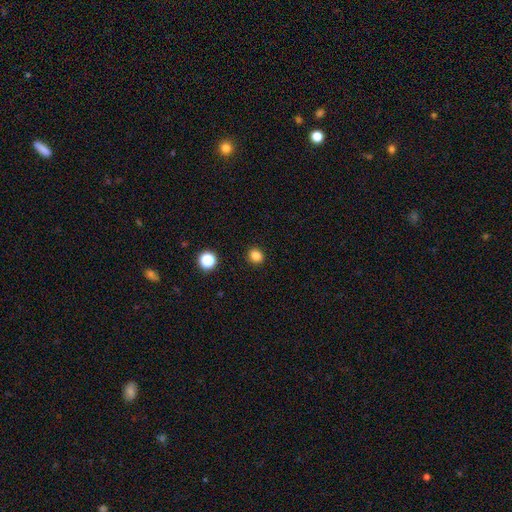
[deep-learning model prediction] smooth-or-featured: smooth: 83% | star or artifact: 13% | featured or disk: 4%
  how-rounded: round: 76% | in between: 24% | cigar-shaped: 1%
  merging: none: 91% | minor disturbance: 6% | major disturbance: 2% | merger: 1%